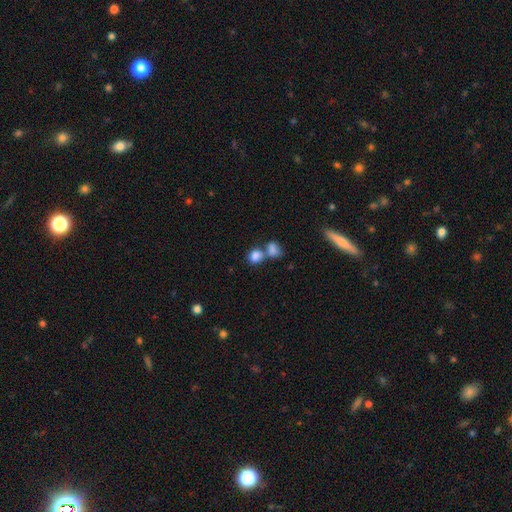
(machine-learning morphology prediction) Q: Smooth or featured?
A: smooth (83%); runner-up: star or artifact (9%)
Q: How rounded?
A: round (60%); runner-up: in between (39%)
Q: Merging?
A: merger (52%); runner-up: none (36%)